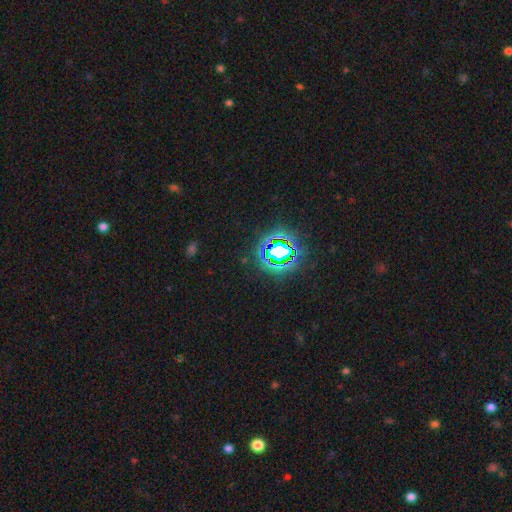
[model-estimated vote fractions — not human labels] This appears to be a star or artifact, not a galaxy (83%).